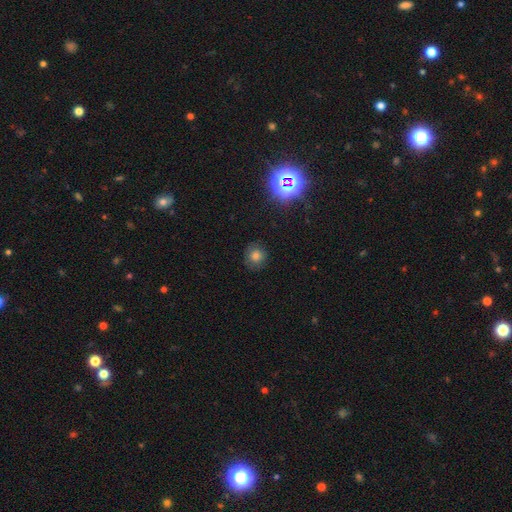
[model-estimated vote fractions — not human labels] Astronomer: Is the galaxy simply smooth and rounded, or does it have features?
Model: smooth — 73%.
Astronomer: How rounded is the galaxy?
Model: round — 90%.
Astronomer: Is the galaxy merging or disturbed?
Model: none — 85%.